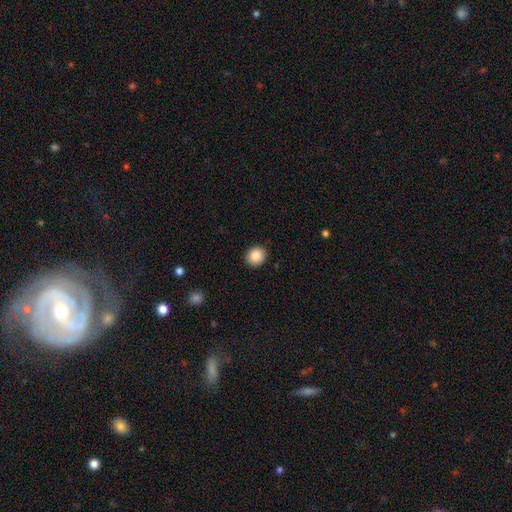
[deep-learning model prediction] Q: Smooth or featured?
A: smooth (88%); runner-up: star or artifact (9%)
Q: How rounded?
A: round (80%); runner-up: in between (19%)
Q: Merging?
A: none (91%); runner-up: minor disturbance (6%)